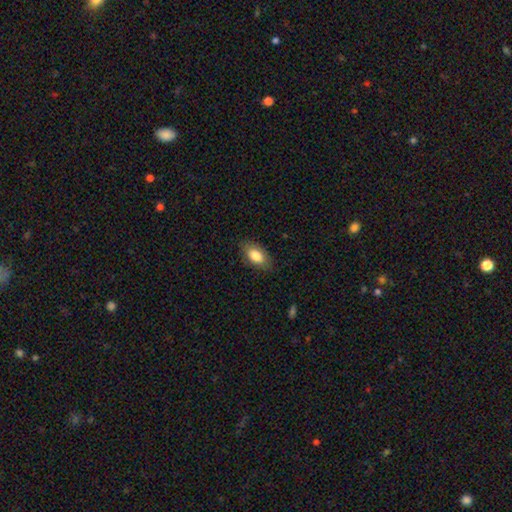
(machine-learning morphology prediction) This is clearly a smooth galaxy (80%). How rounded: clearly in between (92%). Merging: clearly none (82%).